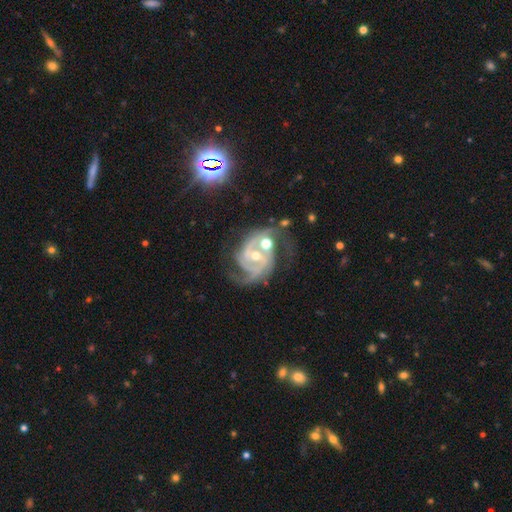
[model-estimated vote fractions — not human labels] Q: Smooth or featured?
A: featured or disk (90%); runner-up: star or artifact (6%)
Q: Edge-on disk?
A: no (98%); runner-up: yes (2%)
Q: Bar?
A: no (44%); runner-up: weak (37%)
Q: Spiral arms?
A: yes (98%); runner-up: no (2%)
Q: Spiral winding?
A: medium (52%); runner-up: tight (35%)
Q: Spiral arm count?
A: 2 (63%); runner-up: 3 (21%)
Q: Bulge size?
A: moderate (61%); runner-up: small (35%)
Q: Merging?
A: none (49%); runner-up: minor disturbance (19%)